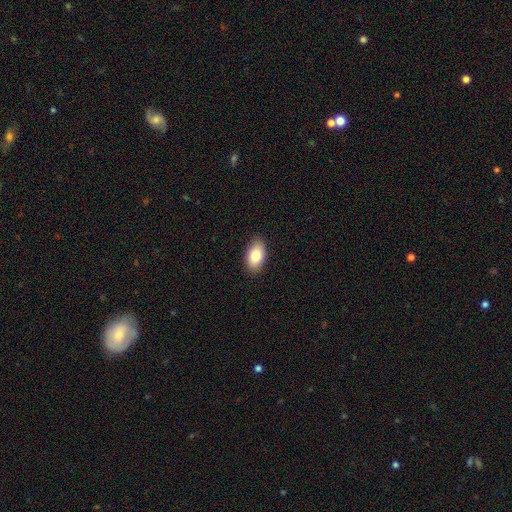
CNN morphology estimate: Smooth or featured? Predicted: smooth (p=0.83). How rounded? Predicted: in between (p=0.93). Merging? Predicted: none (p=0.88).